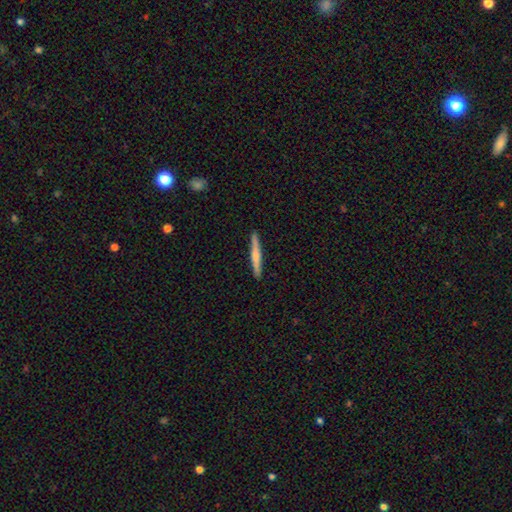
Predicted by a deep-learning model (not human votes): A smooth galaxy with no disk features (54%) that is cigar-shaped (95%).

Vote fractions:
- Smooth or featured? smooth: 54% / featured or disk: 40% / star or artifact: 5%
- How rounded? cigar-shaped: 95% / in between: 3% / round: 1%
- Merging? none: 92% / minor disturbance: 6% / major disturbance: 1% / merger: 1%